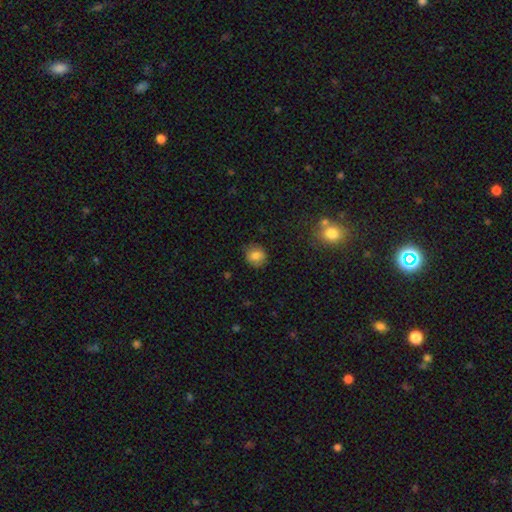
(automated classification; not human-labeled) A smooth galaxy with no disk features (81%) that is round (80%). Merging: none (86%).